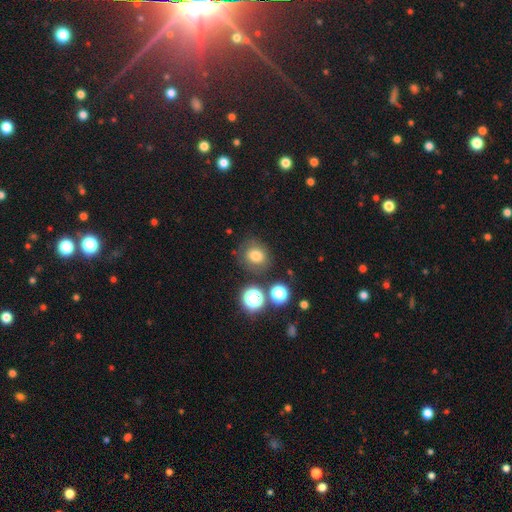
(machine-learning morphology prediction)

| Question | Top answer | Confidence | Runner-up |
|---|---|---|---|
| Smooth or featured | smooth | 75% | star or artifact (15%) |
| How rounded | round | 77% | in between (22%) |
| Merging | none | 75% | minor disturbance (14%) |